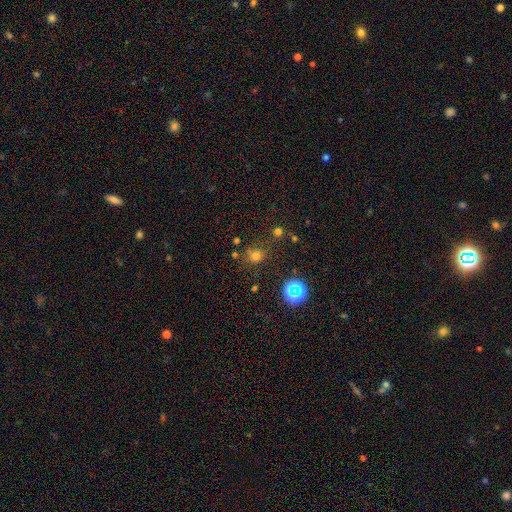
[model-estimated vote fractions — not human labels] smooth-or-featured: smooth: 64% | star or artifact: 28% | featured or disk: 8%
  how-rounded: round: 83% | in between: 16% | cigar-shaped: 1%
  merging: none: 75% | minor disturbance: 13% | merger: 7% | major disturbance: 5%